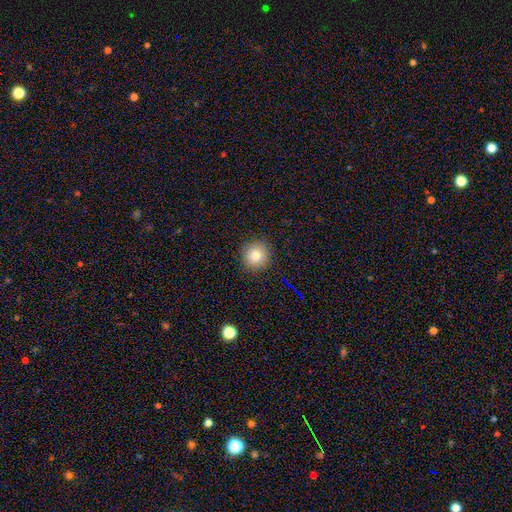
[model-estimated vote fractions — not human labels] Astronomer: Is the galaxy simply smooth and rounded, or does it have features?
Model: smooth — 79%.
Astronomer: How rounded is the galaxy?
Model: round — 91%.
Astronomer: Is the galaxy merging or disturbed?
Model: none — 90%.